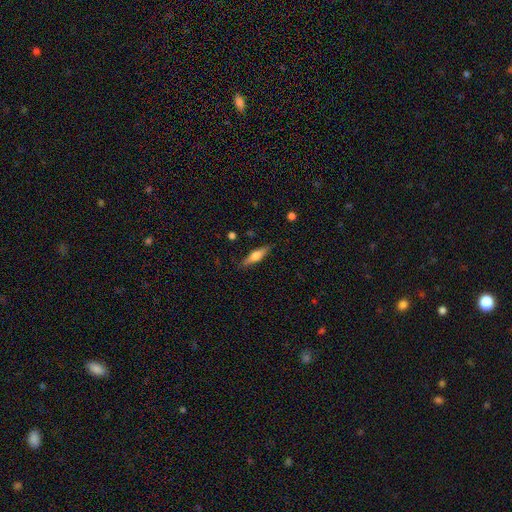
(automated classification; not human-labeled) A smooth galaxy with no disk features (48%).

Vote fractions:
- Smooth or featured? smooth: 48% / featured or disk: 46% / star or artifact: 6%
- Merging? none: 86% / minor disturbance: 11% / major disturbance: 2% / merger: 1%